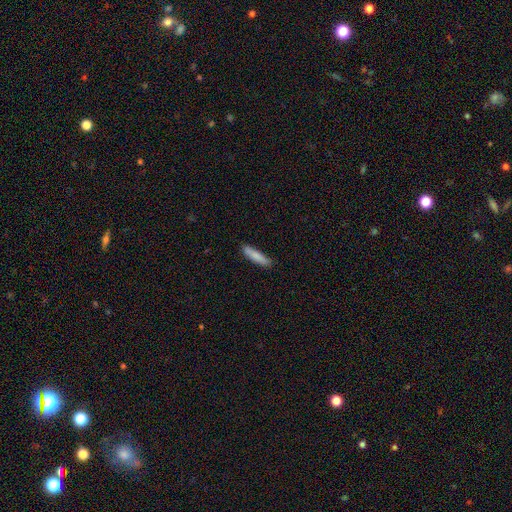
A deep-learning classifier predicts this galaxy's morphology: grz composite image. It shows a smooth galaxy with no disk features (83%) that is cigar-shaped (82%). Merging: none (84%).